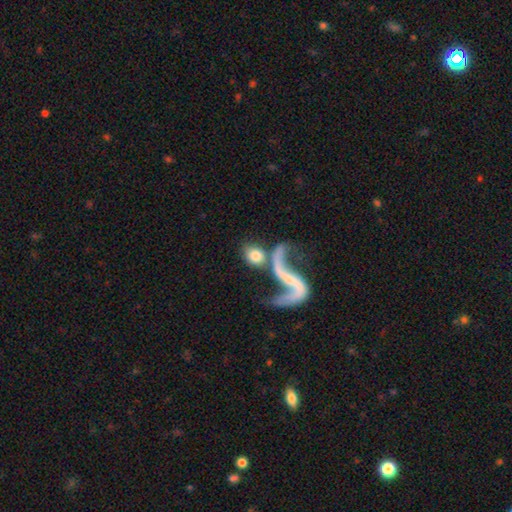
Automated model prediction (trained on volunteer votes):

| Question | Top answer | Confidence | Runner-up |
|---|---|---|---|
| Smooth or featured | smooth | 56% | featured or disk (36%) |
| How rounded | round | 54% | in between (39%) |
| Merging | none | 43% | merger (33%) |